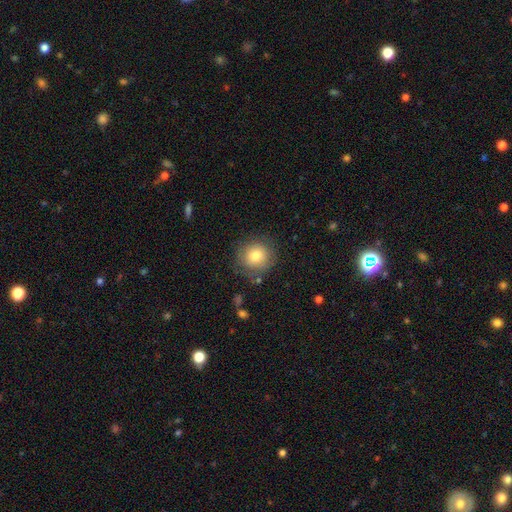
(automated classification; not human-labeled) This appears to be a smooth galaxy with no disk features (79%) that is round (91%). Merging: none (80%).